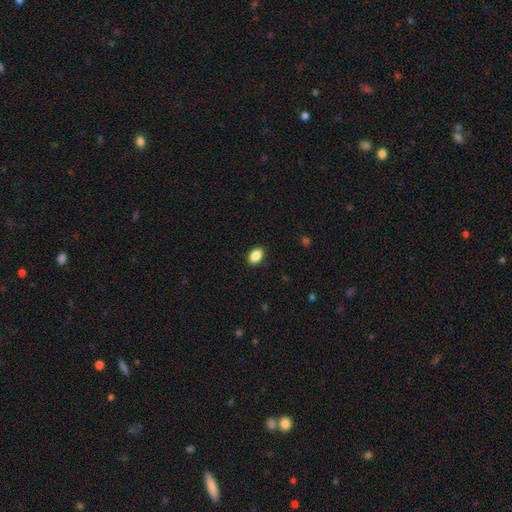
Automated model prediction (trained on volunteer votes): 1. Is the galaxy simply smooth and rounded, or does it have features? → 88% smooth, 8% star or artifact, 4% featured or disk.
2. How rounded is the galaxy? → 89% in between, 10% round, 2% cigar-shaped.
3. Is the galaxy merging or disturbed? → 89% none, 8% minor disturbance, 2% major disturbance, 1% merger.